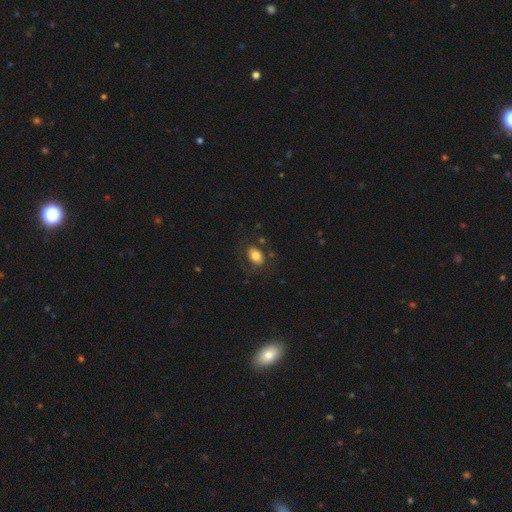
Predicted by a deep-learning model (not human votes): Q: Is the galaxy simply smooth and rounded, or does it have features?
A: smooth — 75%.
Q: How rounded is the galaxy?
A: in between — 84%.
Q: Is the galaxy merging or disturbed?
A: none — 72%.